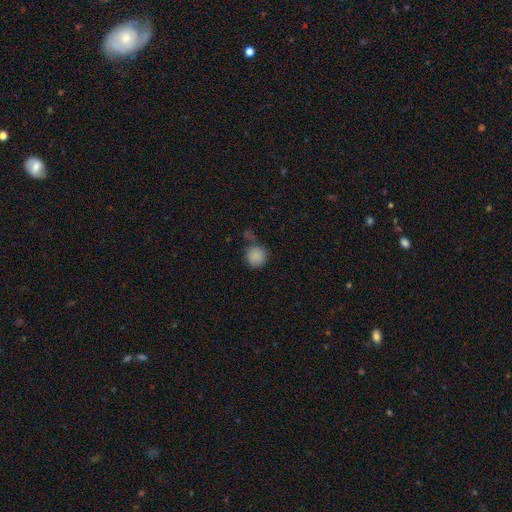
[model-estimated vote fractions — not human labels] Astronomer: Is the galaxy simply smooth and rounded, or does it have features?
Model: smooth — 86%.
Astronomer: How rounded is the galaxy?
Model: round — 90%.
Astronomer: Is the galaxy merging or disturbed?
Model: none — 63%.